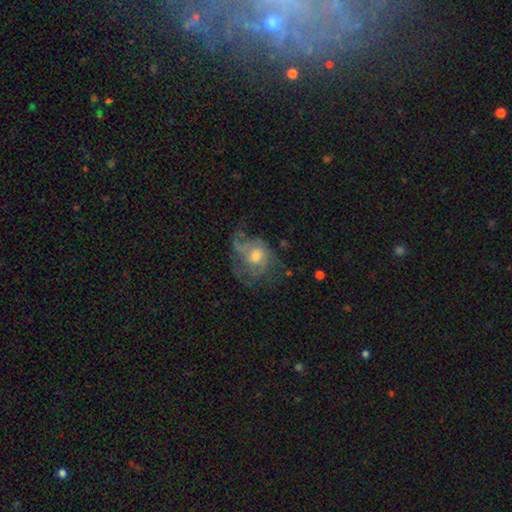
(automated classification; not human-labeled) This is likely a featured or disk galaxy (68%). It is clearly not viewed edge-on (97%). Bar: likely no (73%). Spiral arm pattern: likely yes (79%). Spiral arm count: marginally can't tell (35%). Spiral winding: marginally medium (41%). Central bulge: likely moderate (63%). Merging: marginally none (44%).